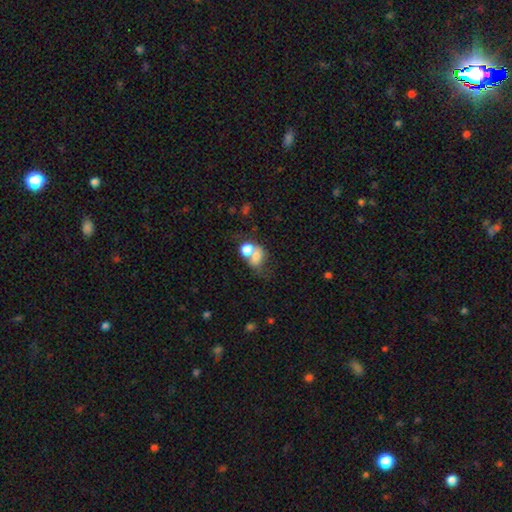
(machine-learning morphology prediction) This is likely a smooth galaxy (67%). How rounded: possibly in between (59%). Merging: likely merger (61%).